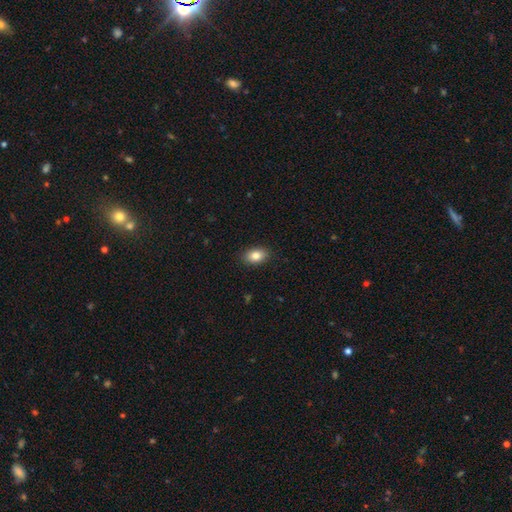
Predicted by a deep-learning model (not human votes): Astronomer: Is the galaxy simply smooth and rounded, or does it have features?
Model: smooth — 83%.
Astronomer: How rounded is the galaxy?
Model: in between — 87%.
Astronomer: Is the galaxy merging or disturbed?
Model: none — 89%.